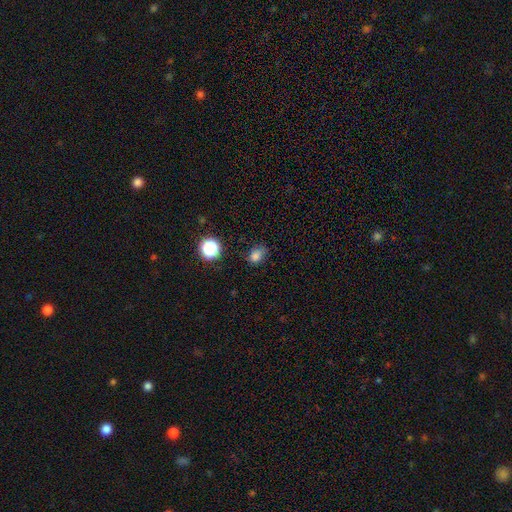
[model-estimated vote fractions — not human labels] smooth_or_featured: smooth (p=0.79) [alt: star or artifact p=0.16]
how_rounded: in between (p=0.59) [alt: round p=0.40]
merging: none (p=0.61) [alt: minor disturbance p=0.28]